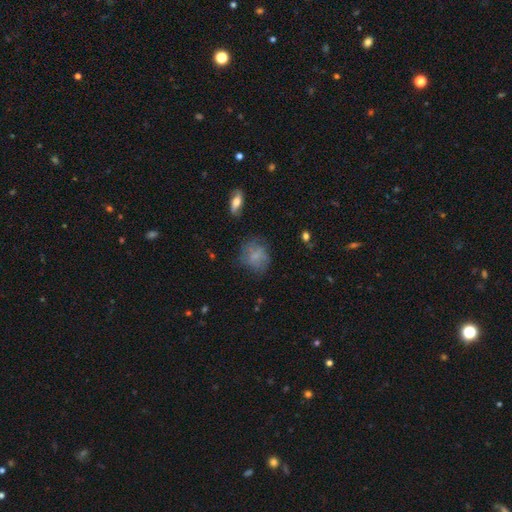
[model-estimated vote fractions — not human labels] This appears to be a smooth galaxy with no disk features (61%) that is round (71%). Merging: none (61%).